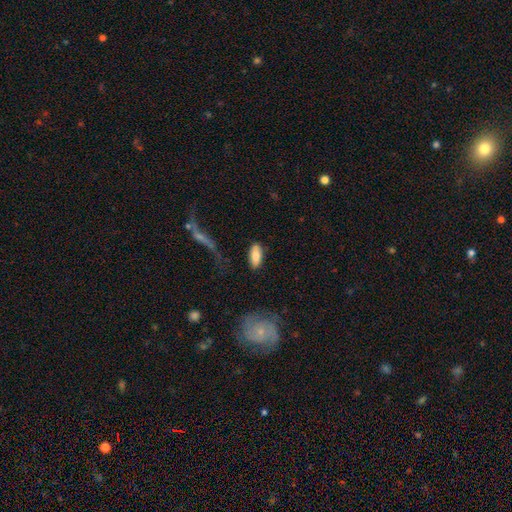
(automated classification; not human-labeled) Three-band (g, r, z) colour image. It shows a smooth galaxy with no disk features (78%) that is in between round and cigar-shaped (88%). Merging: none (82%).